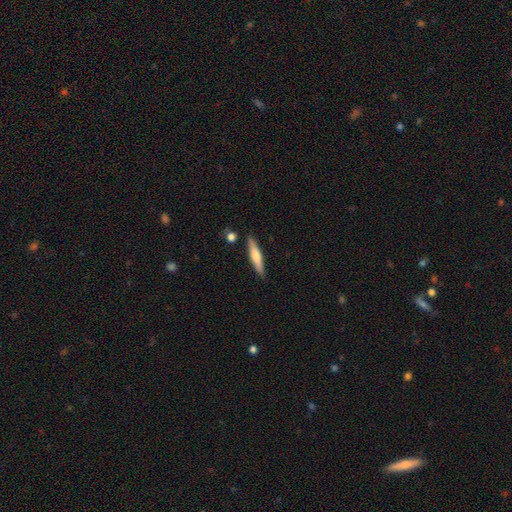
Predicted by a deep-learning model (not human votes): Q: Smooth or featured?
A: smooth (55%); runner-up: featured or disk (40%)
Q: How rounded?
A: cigar-shaped (87%); runner-up: in between (12%)
Q: Merging?
A: none (87%); runner-up: minor disturbance (9%)